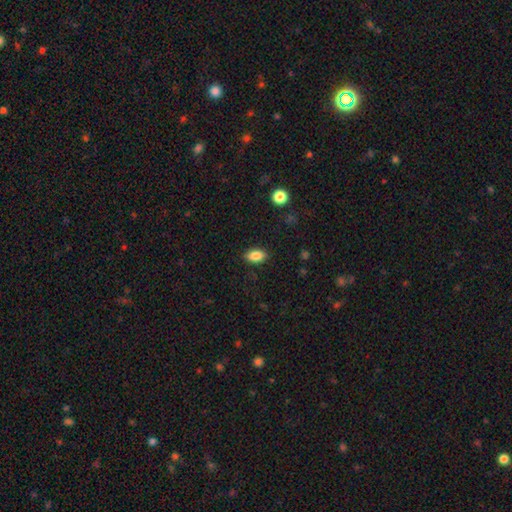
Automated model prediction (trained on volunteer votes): Smooth or featured: smooth — 85% (star or artifact — 8%)
How rounded: in between — 89% (round — 7%)
Merging: none — 87% (minor disturbance — 10%)